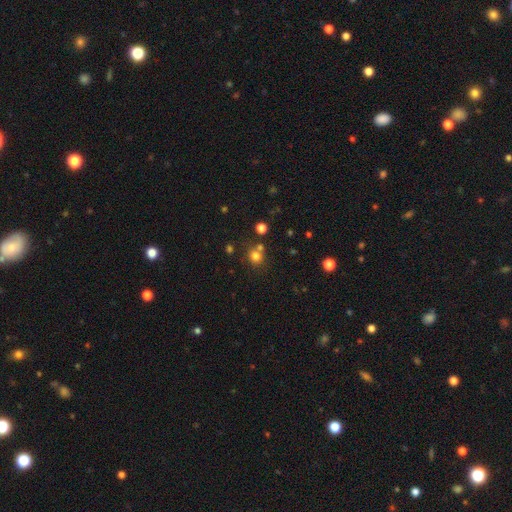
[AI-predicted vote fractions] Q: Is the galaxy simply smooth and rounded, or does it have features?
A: smooth — 75%.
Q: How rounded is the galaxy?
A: round — 83%.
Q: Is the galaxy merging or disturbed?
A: none — 65%.